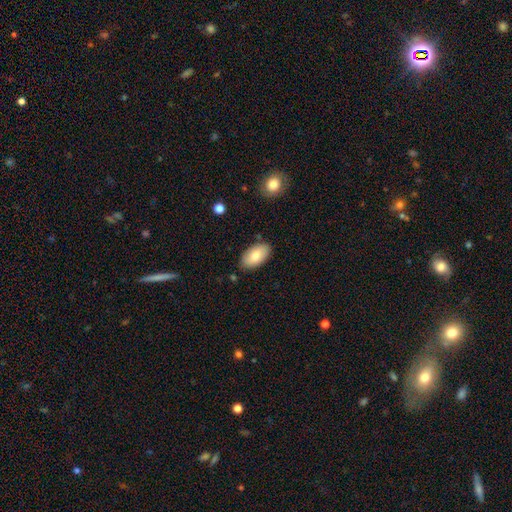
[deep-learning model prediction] smooth_or_featured: smooth (p=0.81) [alt: featured or disk p=0.13]
how_rounded: in between (p=0.95) [alt: round p=0.03]
merging: none (p=0.85) [alt: minor disturbance p=0.11]